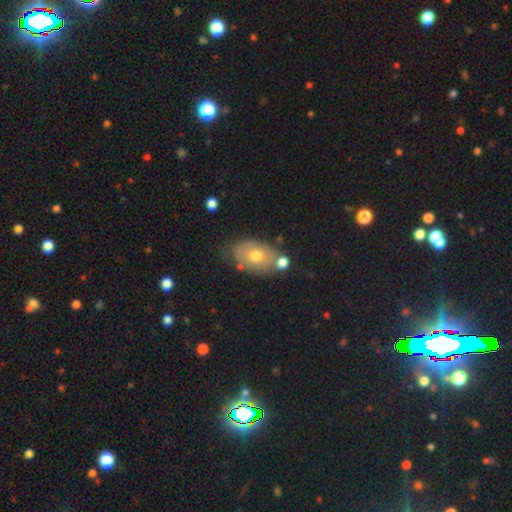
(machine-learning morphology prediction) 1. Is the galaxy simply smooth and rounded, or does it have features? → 50% smooth, 42% featured or disk, 8% star or artifact.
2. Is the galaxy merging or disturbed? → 62% none, 21% minor disturbance, 11% merger, 7% major disturbance.